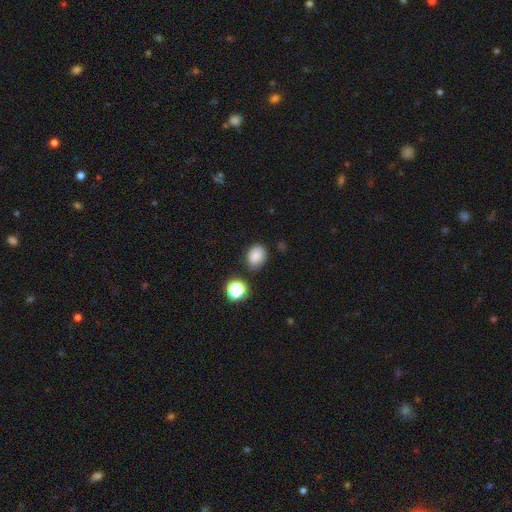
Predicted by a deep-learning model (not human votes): smooth 83%, star or artifact 12%, featured or disk 5%. Down the decision tree: how rounded — in between (59%); merging — none (73%).